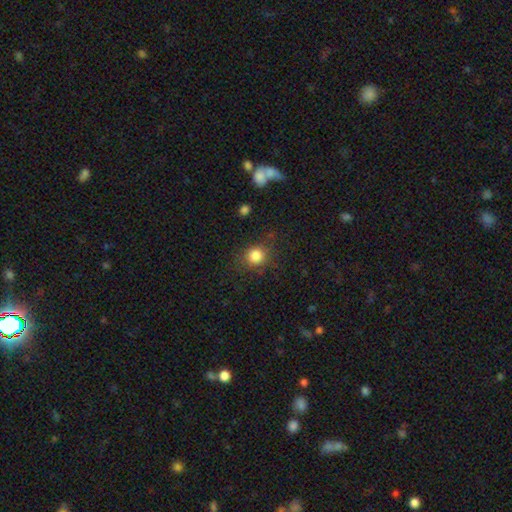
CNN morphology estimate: Smooth or featured: smooth — 84% (star or artifact — 11%)
How rounded: round — 82% (in between — 17%)
Merging: none — 77% (minor disturbance — 15%)